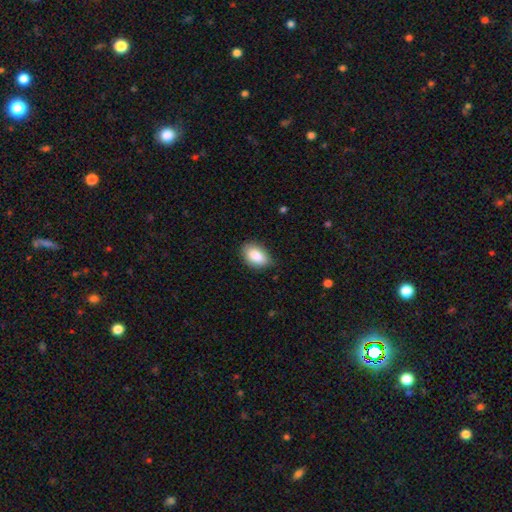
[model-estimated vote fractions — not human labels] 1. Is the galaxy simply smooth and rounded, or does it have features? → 87% smooth, 7% star or artifact, 6% featured or disk.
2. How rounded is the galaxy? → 91% in between, 8% round, 2% cigar-shaped.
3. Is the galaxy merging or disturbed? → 78% none, 18% minor disturbance, 3% major disturbance, 1% merger.